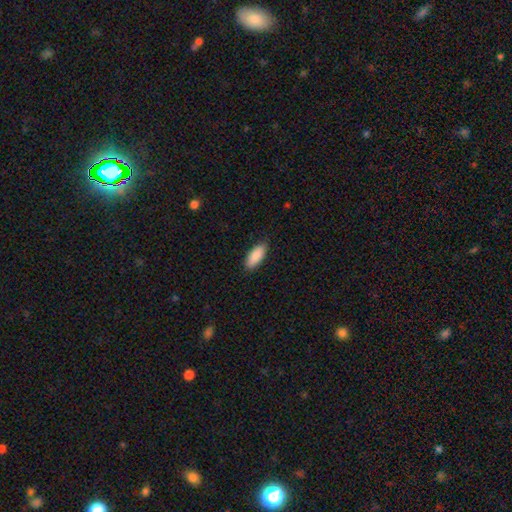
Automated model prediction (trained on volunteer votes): Morphology: type=smooth (90%); roundness=in between (80%); merging=none (88%).